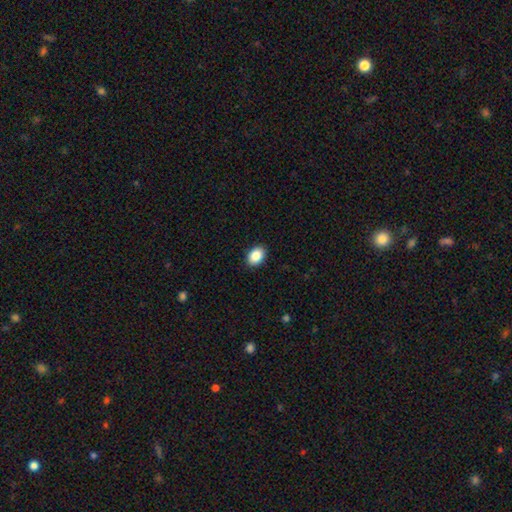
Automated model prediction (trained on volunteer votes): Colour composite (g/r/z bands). It shows a smooth galaxy with no disk features (88%) that is in between round and cigar-shaped (75%). Merging: none (91%).